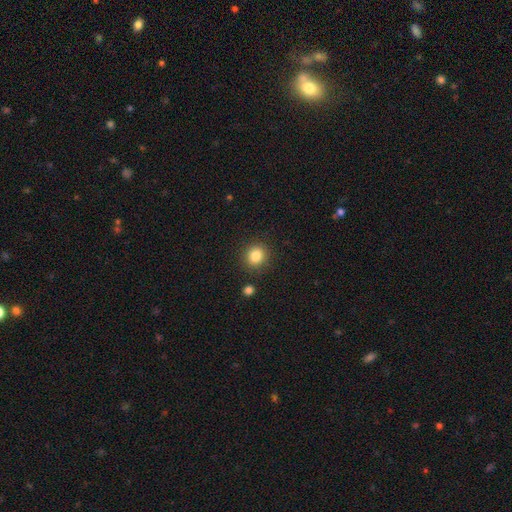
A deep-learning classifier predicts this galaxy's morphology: Smooth or featured: smooth — 84% (star or artifact — 11%)
How rounded: round — 86% (in between — 13%)
Merging: none — 88% (minor disturbance — 7%)